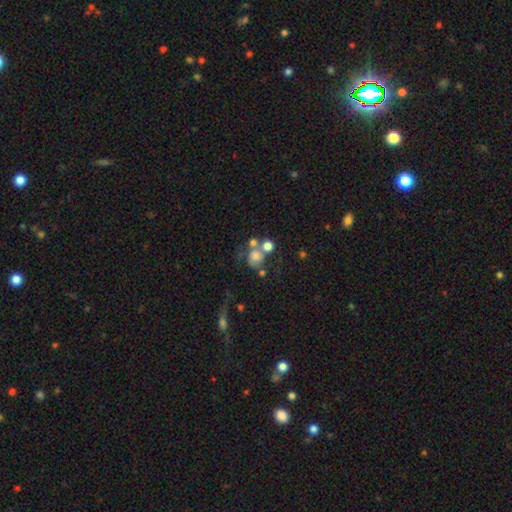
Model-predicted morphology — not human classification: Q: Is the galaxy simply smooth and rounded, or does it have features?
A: smooth — 62%.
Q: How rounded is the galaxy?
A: round — 76%.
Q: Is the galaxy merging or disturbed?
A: merger — 39%.